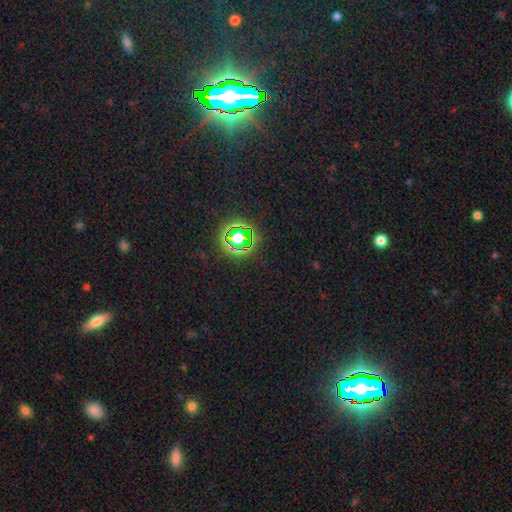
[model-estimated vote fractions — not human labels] A star or artifact, not a galaxy (80%).

Vote fractions:
- Smooth or featured? star or artifact: 80% / smooth: 13% / featured or disk: 7%